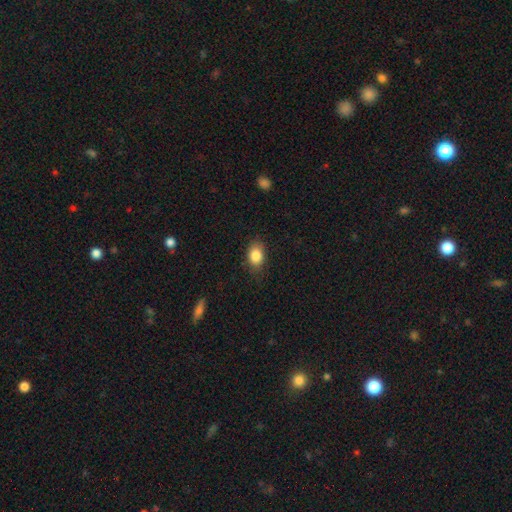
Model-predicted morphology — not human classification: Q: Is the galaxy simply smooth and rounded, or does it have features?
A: smooth — 85%.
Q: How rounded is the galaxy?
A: in between — 75%.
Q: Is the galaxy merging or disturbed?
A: none — 79%.